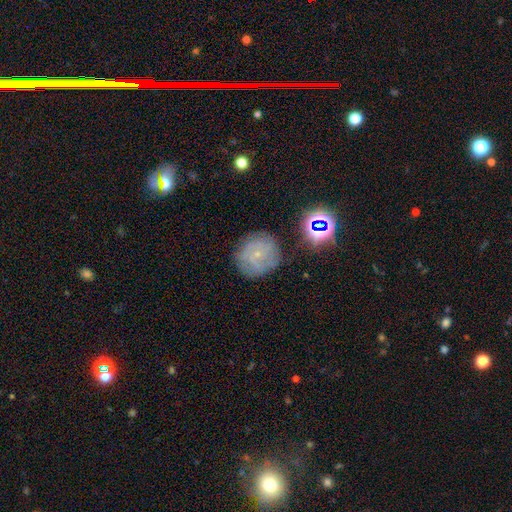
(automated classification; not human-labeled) The model was most divided on "smooth or featured": featured or disk: 51%, smooth: 32%, star or artifact: 17%. More confident: edge-on disk — no (97%); merging — none (75%).